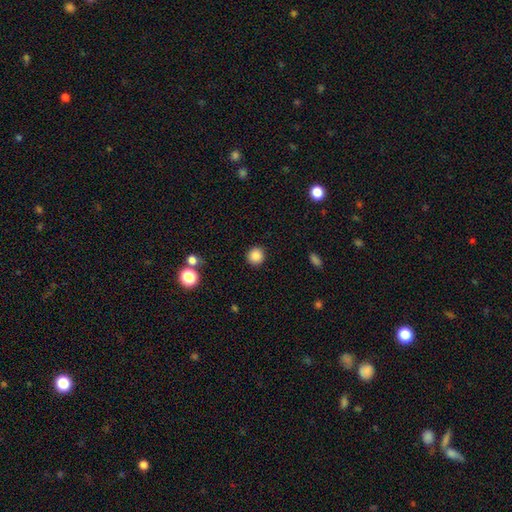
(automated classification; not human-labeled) Morphology: type=smooth (87%); roundness=round (94%); merging=none (91%).